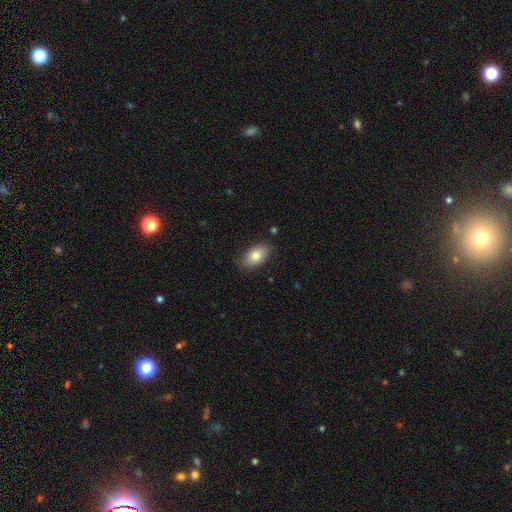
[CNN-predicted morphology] smooth 79%, featured or disk 14%, star or artifact 7%. Down the decision tree: how rounded — in between (91%); merging — none (81%).